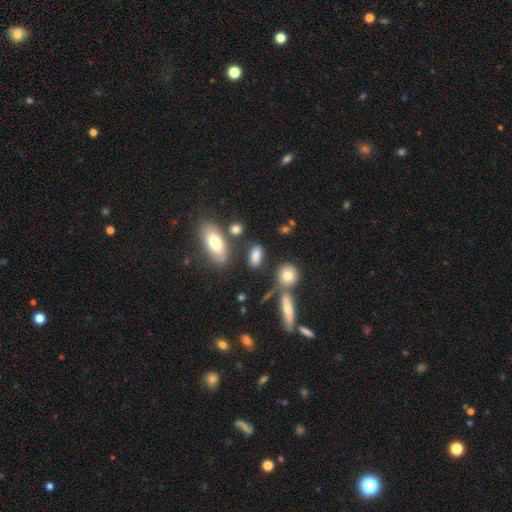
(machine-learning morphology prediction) Overall: smooth (80%). How rounded: in between (81%). Merging: none (71%).